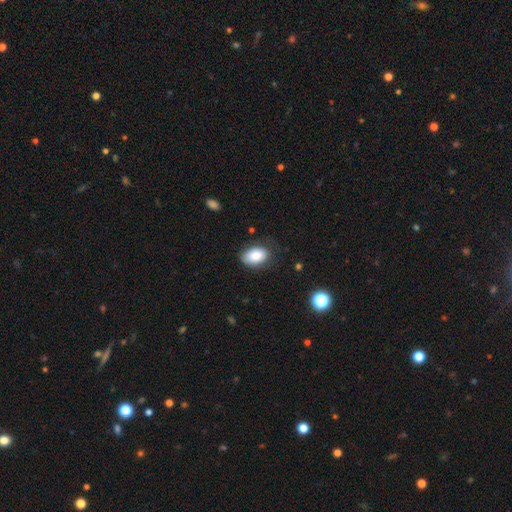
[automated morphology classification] A smooth galaxy with no disk features (84%) that is in between round and cigar-shaped (88%).

Vote fractions:
- Smooth or featured? smooth: 84% / featured or disk: 8% / star or artifact: 7%
- How rounded? in between: 88% / round: 11% / cigar-shaped: 1%
- Merging? none: 68% / minor disturbance: 23% / major disturbance: 7% / merger: 2%